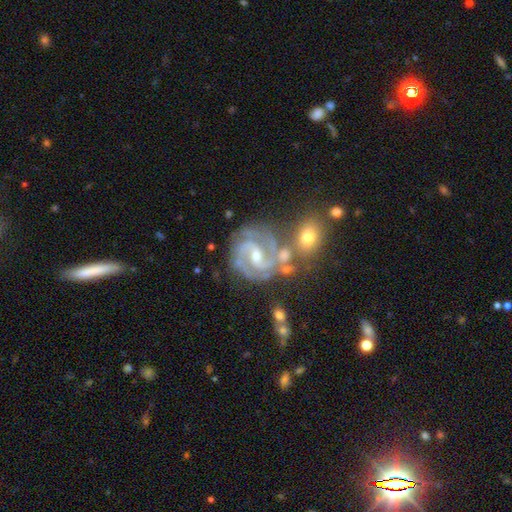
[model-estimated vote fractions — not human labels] Smooth or featured? Predicted: featured or disk (p=0.91). Edge-on disk? Predicted: no (p=0.98). Bar? Predicted: weak (p=0.47). Spiral arms? Predicted: yes (p=0.98). Spiral winding? Predicted: tight (p=0.51). Spiral arm count? Predicted: 2 (p=0.48). Bulge size? Predicted: small (p=0.55). Merging? Predicted: none (p=0.60).